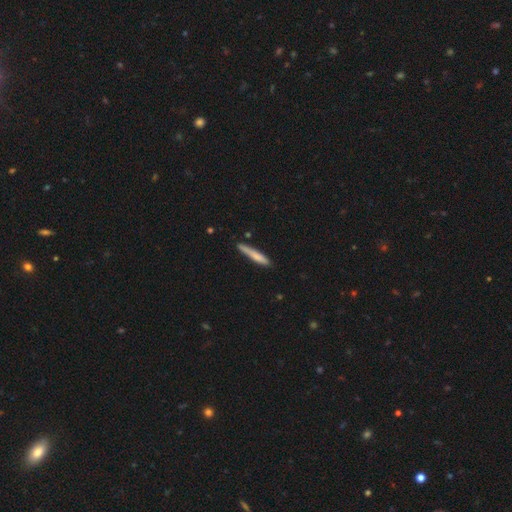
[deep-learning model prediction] Smooth or featured? Predicted: smooth (p=0.74). How rounded? Predicted: cigar-shaped (p=0.93). Merging? Predicted: none (p=0.75).